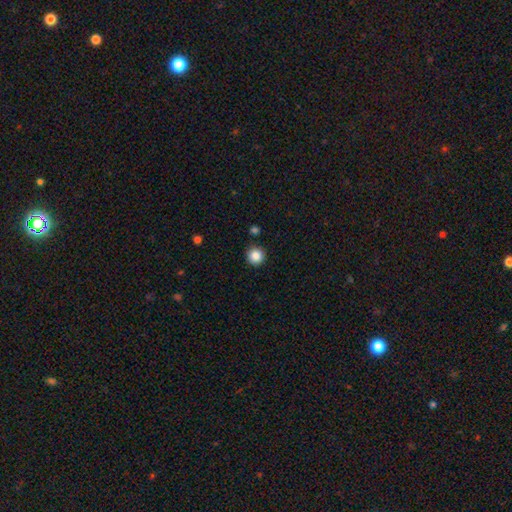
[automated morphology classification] Smooth or featured: smooth — 86% (star or artifact — 10%)
How rounded: round — 95% (in between — 4%)
Merging: none — 91% (minor disturbance — 6%)